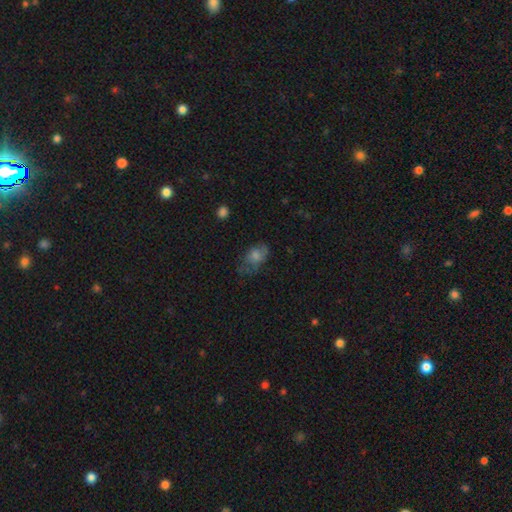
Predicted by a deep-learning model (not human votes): Smooth or featured?
  - smooth: 60% *
  - featured or disk: 26%
  - star or artifact: 14%
How rounded?
  - in between: 82% *
  - round: 15%
  - cigar-shaped: 3%
Merging?
  - none: 50% *
  - minor disturbance: 29%
  - major disturbance: 18%
  - merger: 2%